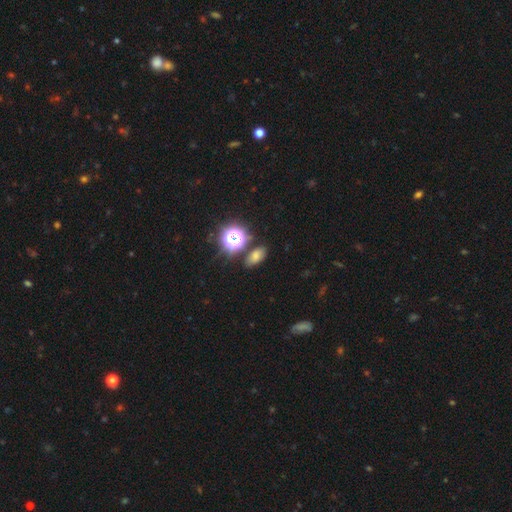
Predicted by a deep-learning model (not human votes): Smooth or featured: smooth — 66% (star or artifact — 25%)
How rounded: in between — 80% (round — 16%)
Merging: none — 78% (minor disturbance — 12%)